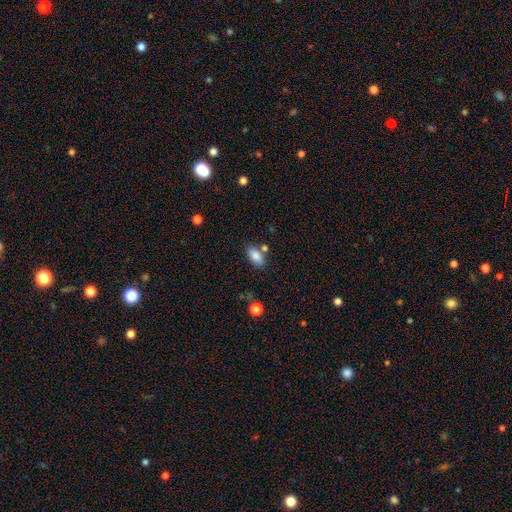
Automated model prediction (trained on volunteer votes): Smooth or featured: smooth — 84% (star or artifact — 8%)
How rounded: in between — 91% (round — 5%)
Merging: none — 71% (minor disturbance — 14%)